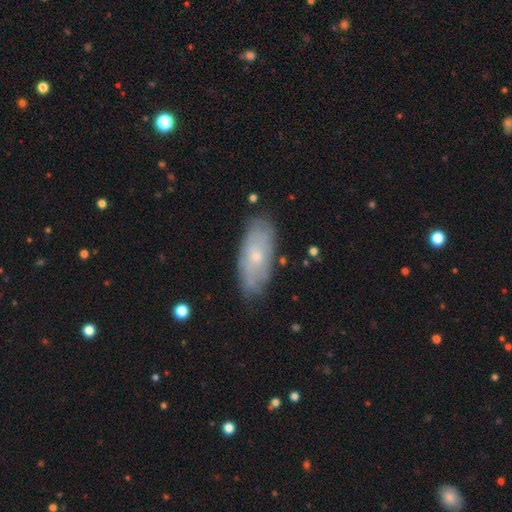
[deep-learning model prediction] Overall: featured or disk (48%; smooth 45%). Merging: none (78%).